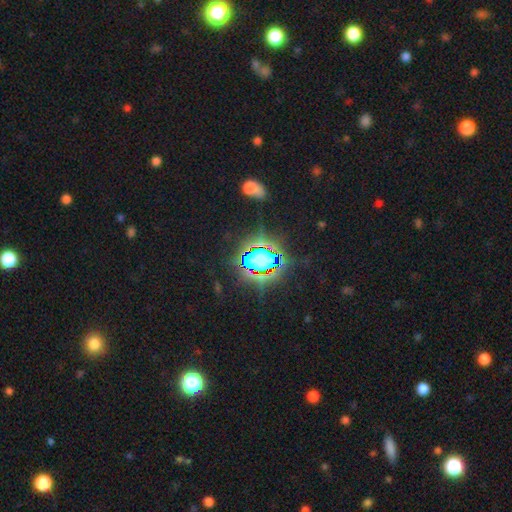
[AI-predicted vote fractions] Q: Smooth or featured?
A: star or artifact (74%); runner-up: smooth (15%)